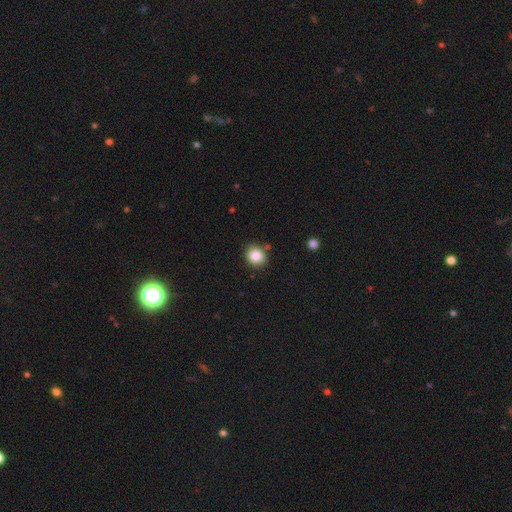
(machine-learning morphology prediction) Smooth or featured? Predicted: smooth (p=0.85). How rounded? Predicted: round (p=0.73). Merging? Predicted: none (p=0.81).